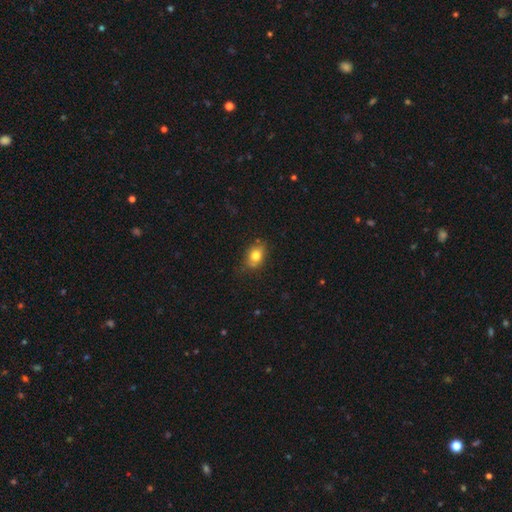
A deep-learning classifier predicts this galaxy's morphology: The model was most divided on "how rounded": in between: 64%, round: 34%, cigar-shaped: 2%. More confident: smooth or featured — smooth (78%); merging — none (71%).